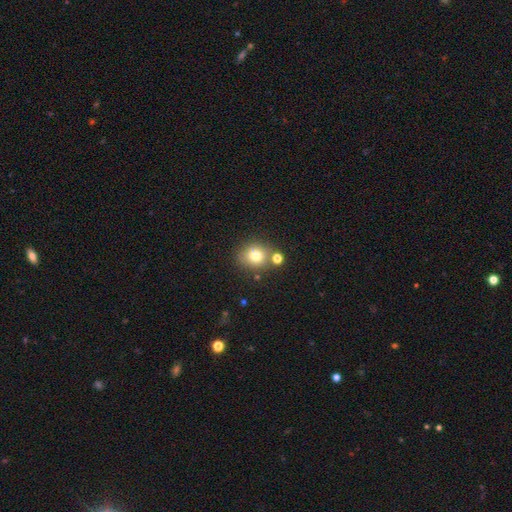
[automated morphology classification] smooth-or-featured: smooth: 77% | star or artifact: 13% | featured or disk: 10%
  how-rounded: round: 77% | in between: 22% | cigar-shaped: 1%
  merging: none: 71% | merger: 15% | minor disturbance: 11% | major disturbance: 4%